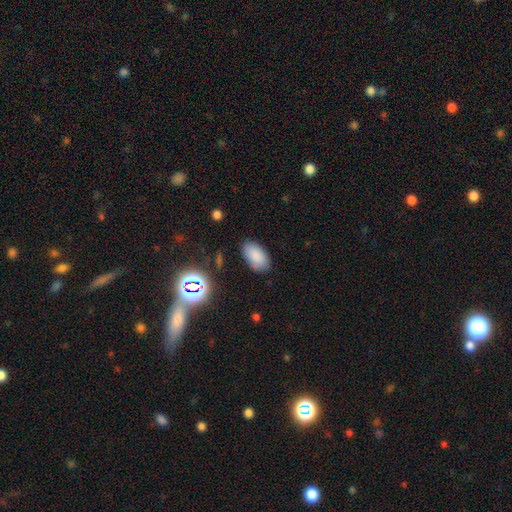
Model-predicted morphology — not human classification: smooth 84%, star or artifact 11%, featured or disk 5%. Down the decision tree: how rounded — in between (94%); merging — none (83%).